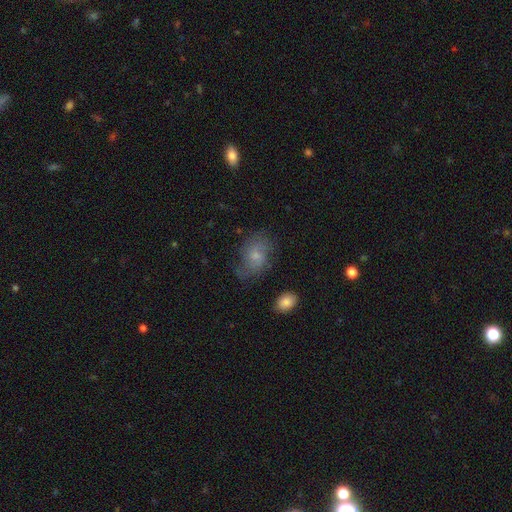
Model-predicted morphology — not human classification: Smooth or featured? featured or disk (46%)
Merging? none (59%)